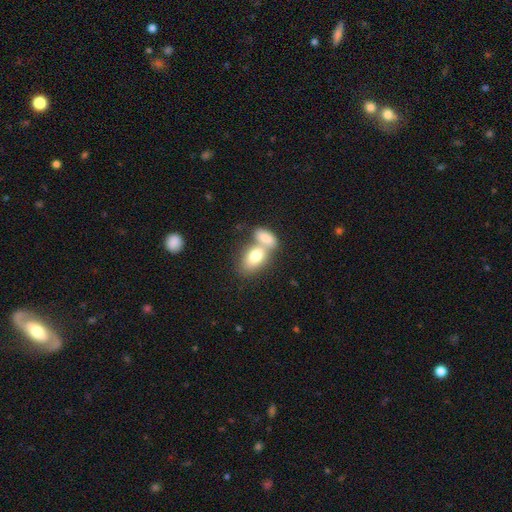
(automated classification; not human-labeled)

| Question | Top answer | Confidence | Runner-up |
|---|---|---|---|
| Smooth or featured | smooth | 77% | featured or disk (17%) |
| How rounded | in between | 88% | round (9%) |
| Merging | merger | 61% | none (27%) |